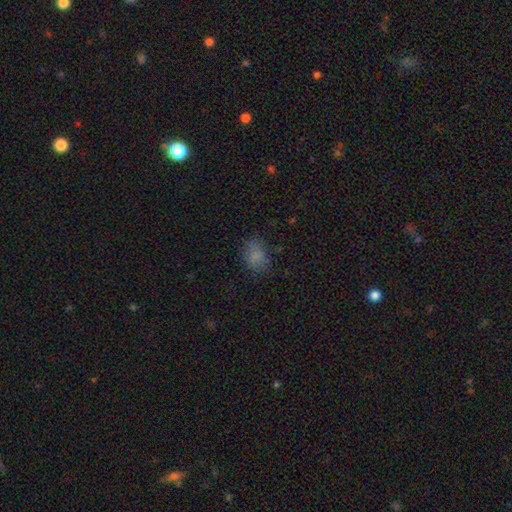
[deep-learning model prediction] A smooth galaxy with no disk features (81%) that is in between round and cigar-shaped (68%). Merging: none (72%).